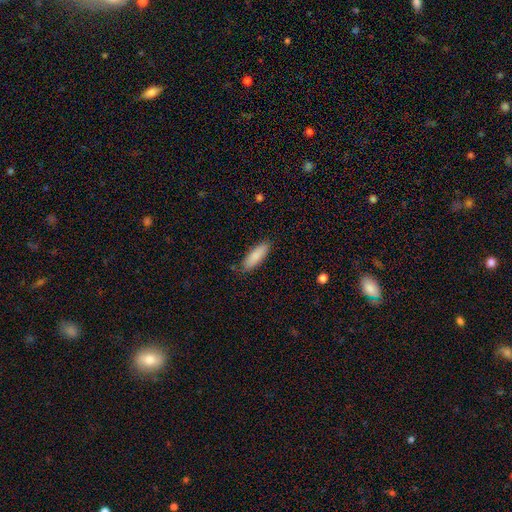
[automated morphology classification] smooth-or-featured: smooth: 87% | featured or disk: 7% | star or artifact: 6%
  how-rounded: in between: 54% | cigar-shaped: 44% | round: 2%
  merging: none: 83% | minor disturbance: 13% | major disturbance: 2% | merger: 1%